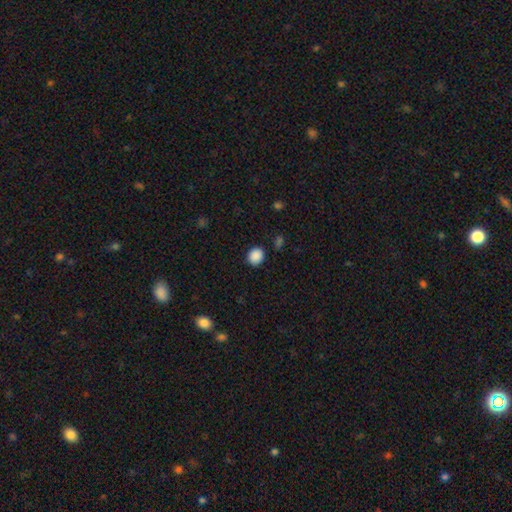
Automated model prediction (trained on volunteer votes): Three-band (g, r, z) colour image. It shows a smooth galaxy with no disk features (89%) that is round (77%). Merging: none (89%).